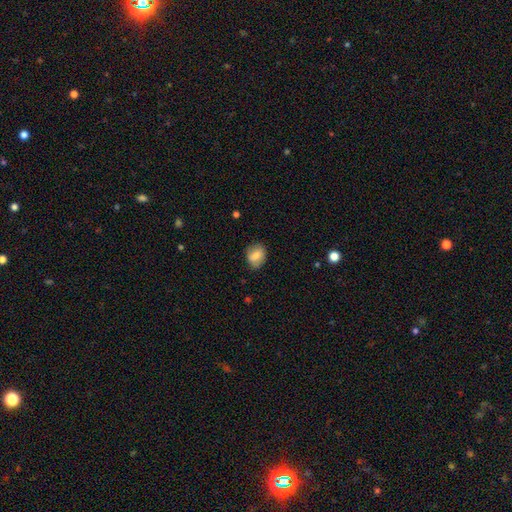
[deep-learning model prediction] Smooth or featured? Predicted: smooth (p=0.71). How rounded? Predicted: in between (p=0.54). Merging? Predicted: none (p=0.77).